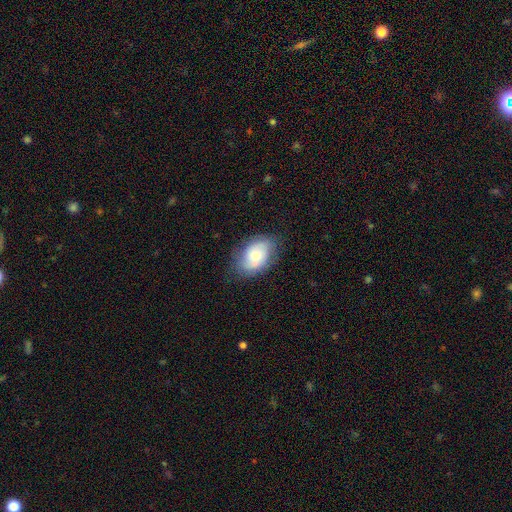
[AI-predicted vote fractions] Smooth or featured: smooth — 58% (featured or disk — 35%)
How rounded: in between — 86% (round — 13%)
Merging: none — 69% (minor disturbance — 21%)